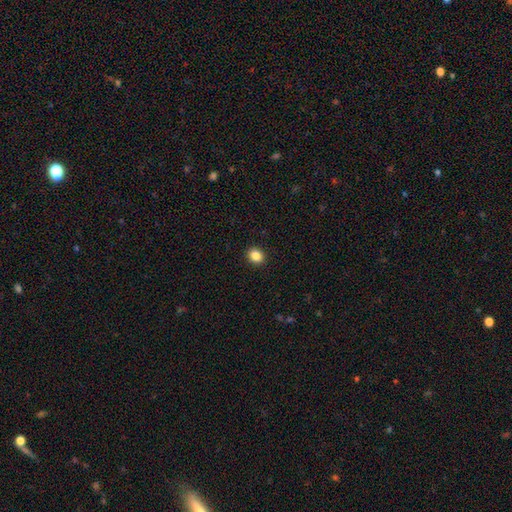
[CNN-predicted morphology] This appears to be a smooth galaxy with no disk features (86%) that is round (69%). Merging: none (92%).